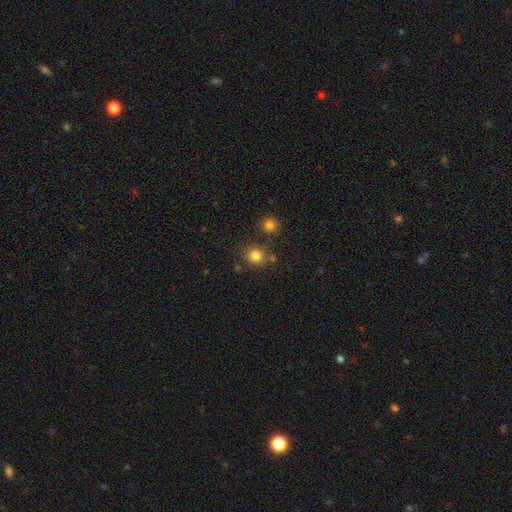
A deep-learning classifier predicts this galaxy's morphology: type=smooth (81%); roundness=round (85%); merging=none (76%).